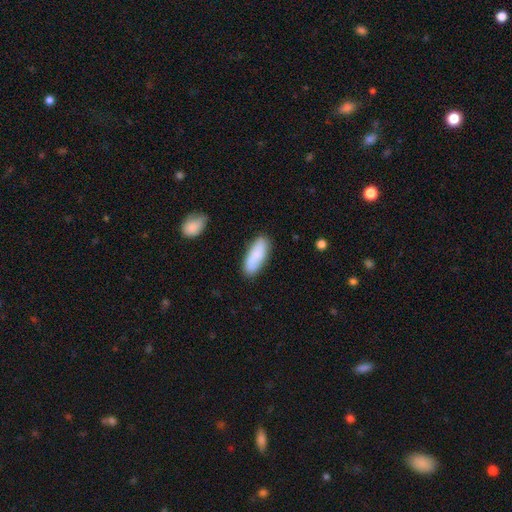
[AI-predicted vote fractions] A smooth galaxy with no disk features (82%) that is in between round and cigar-shaped (70%).

Vote fractions:
- Smooth or featured? smooth: 82% / featured or disk: 12% / star or artifact: 6%
- How rounded? in between: 70% / cigar-shaped: 28% / round: 2%
- Merging? none: 81% / minor disturbance: 13% / major disturbance: 3% / merger: 3%